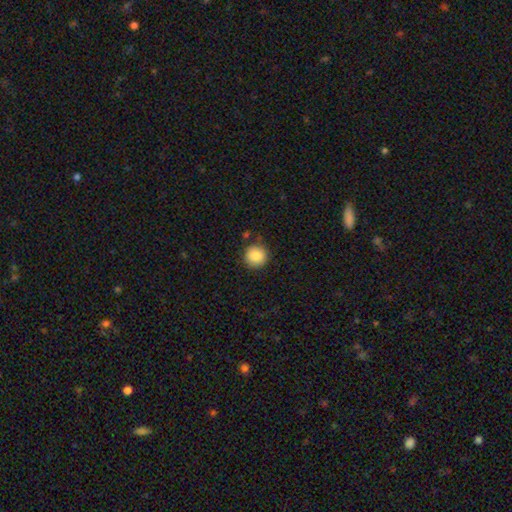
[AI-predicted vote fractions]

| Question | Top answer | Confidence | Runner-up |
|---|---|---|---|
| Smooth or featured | smooth | 87% | star or artifact (9%) |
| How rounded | round | 94% | in between (5%) |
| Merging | none | 84% | minor disturbance (11%) |